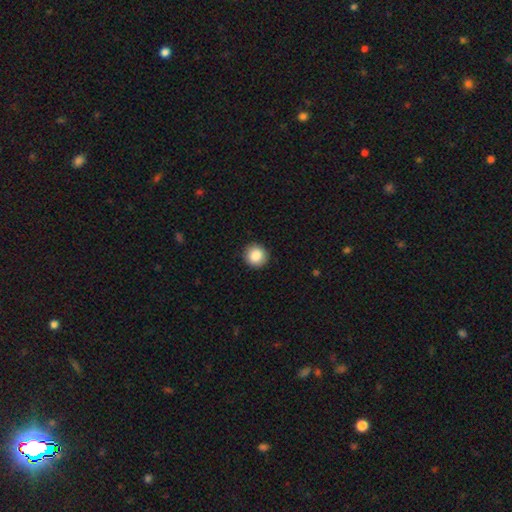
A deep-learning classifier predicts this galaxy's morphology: This is clearly a smooth galaxy (87%). How rounded: clearly round (93%). Merging: clearly none (92%).